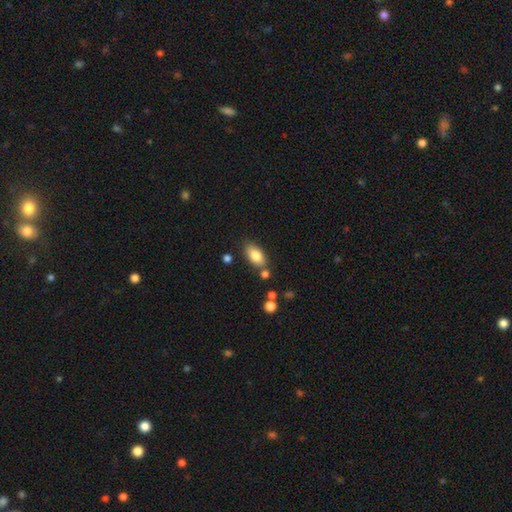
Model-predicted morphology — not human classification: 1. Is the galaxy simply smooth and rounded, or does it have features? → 82% smooth, 10% featured or disk, 8% star or artifact.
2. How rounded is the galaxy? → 91% in between, 5% round, 4% cigar-shaped.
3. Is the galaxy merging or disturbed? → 74% none, 15% minor disturbance, 8% merger, 4% major disturbance.